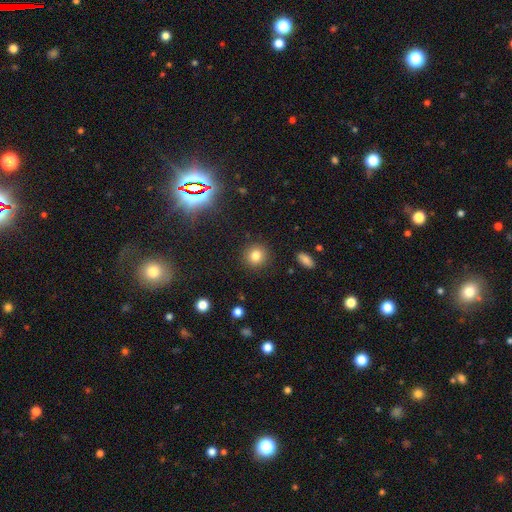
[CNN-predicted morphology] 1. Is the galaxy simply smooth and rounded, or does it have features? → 80% smooth, 12% star or artifact, 7% featured or disk.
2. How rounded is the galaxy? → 90% round, 9% in between, 1% cigar-shaped.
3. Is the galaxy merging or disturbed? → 90% none, 6% minor disturbance, 2% major disturbance, 1% merger.